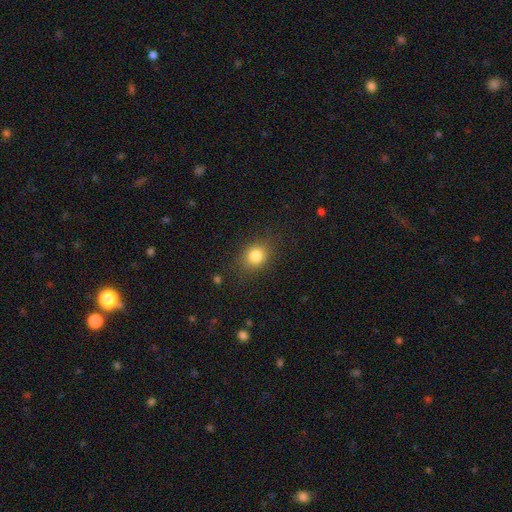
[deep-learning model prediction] smooth_or_featured: smooth (p=0.83) [alt: star or artifact p=0.11]
how_rounded: round (p=0.64) [alt: in between p=0.35]
merging: none (p=0.83) [alt: minor disturbance p=0.12]